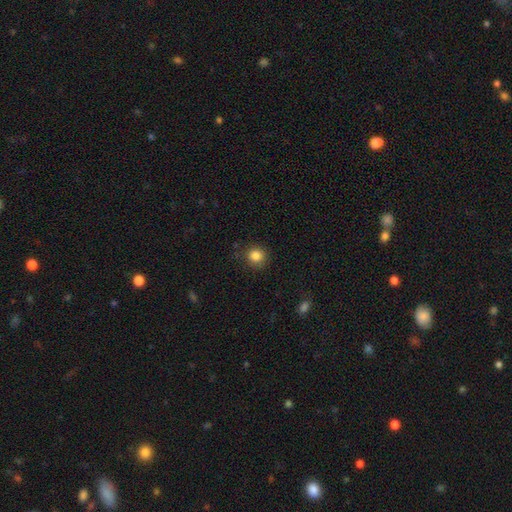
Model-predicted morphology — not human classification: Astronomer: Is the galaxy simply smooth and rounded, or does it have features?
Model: smooth — 84%.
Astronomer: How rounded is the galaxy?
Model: round — 90%.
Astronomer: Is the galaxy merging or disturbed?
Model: none — 86%.